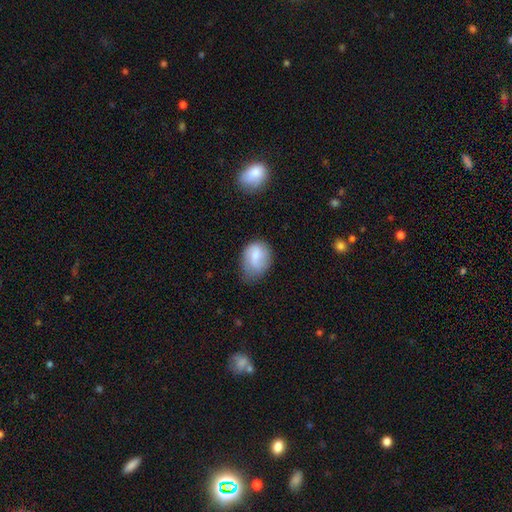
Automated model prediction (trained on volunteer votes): smooth 67%, featured or disk 26%, star or artifact 7%. Down the decision tree: how rounded — in between (64%); merging — none (49%).